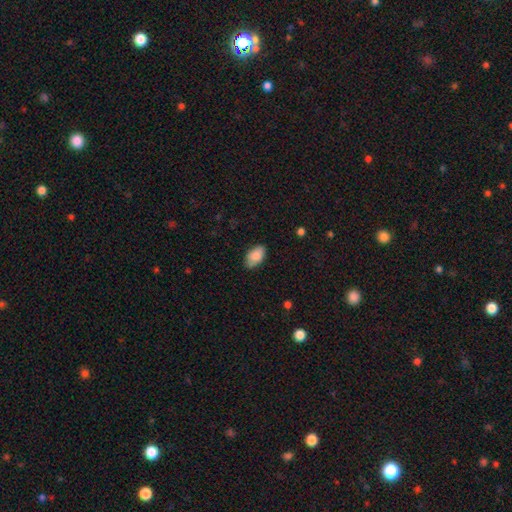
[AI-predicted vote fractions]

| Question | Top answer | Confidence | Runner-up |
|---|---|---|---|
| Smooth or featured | smooth | 84% | featured or disk (9%) |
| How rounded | in between | 94% | round (4%) |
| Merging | none | 81% | minor disturbance (15%) |